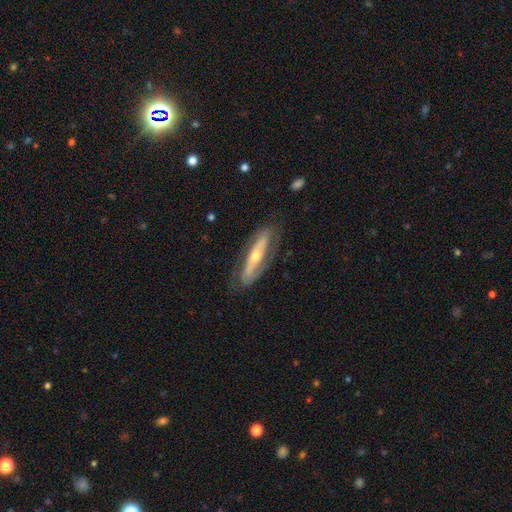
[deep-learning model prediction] This appears to be a featured or disk galaxy (71%). Merging: none (75%).